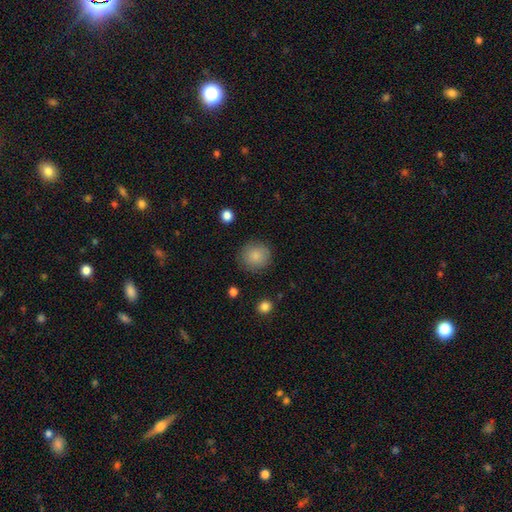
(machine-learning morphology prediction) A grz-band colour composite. It shows a smooth galaxy with no disk features (86%) that is round (90%). Merging: none (86%).